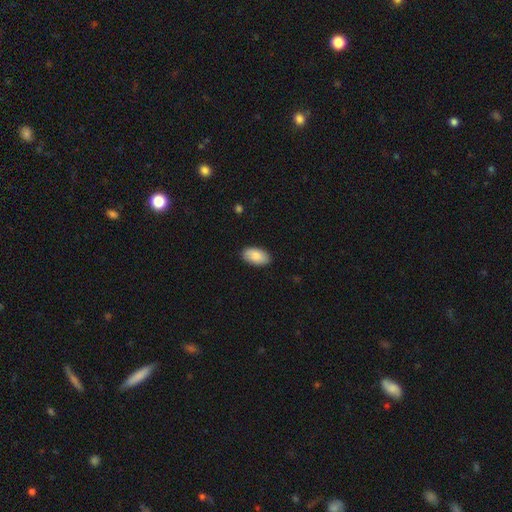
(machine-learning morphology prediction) A smooth galaxy with no disk features (87%) that is in between round and cigar-shaped (95%). Merging: none (89%).